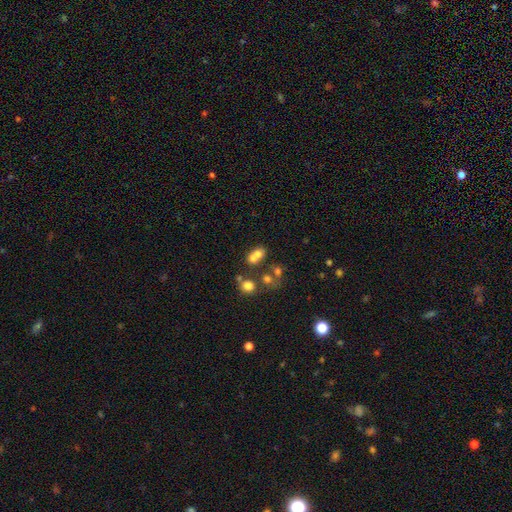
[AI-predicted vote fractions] Smooth or featured: smooth — 66% (featured or disk — 19%)
How rounded: in between — 50% (round — 48%)
Merging: merger — 54% (none — 32%)